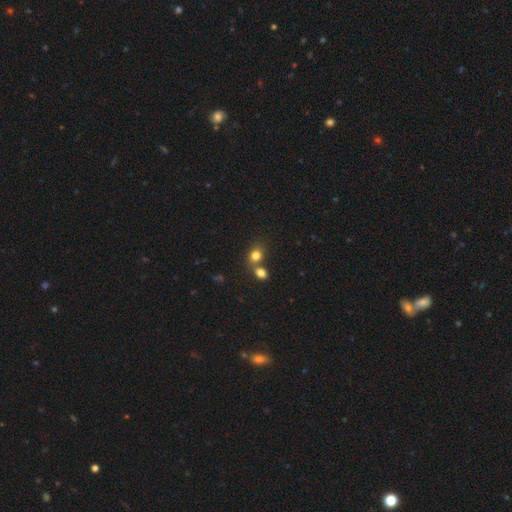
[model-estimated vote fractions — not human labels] This appears to be a smooth galaxy with no disk features (79%) that is round (56%). Merging: none (48%).